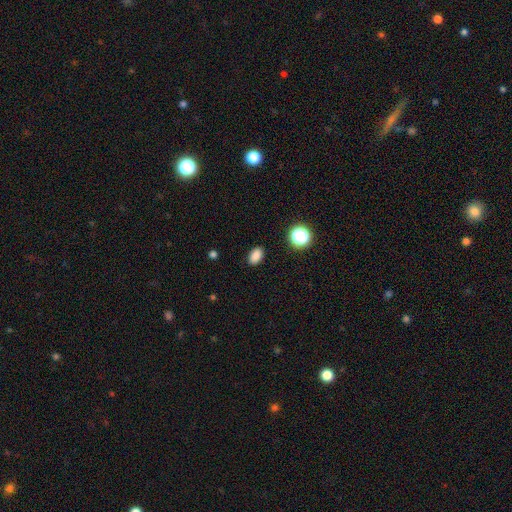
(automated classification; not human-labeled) Overall: smooth (85%). How rounded: in between (85%). Merging: none (89%).